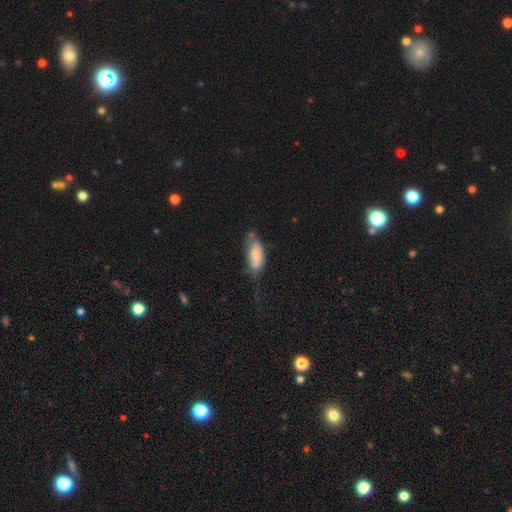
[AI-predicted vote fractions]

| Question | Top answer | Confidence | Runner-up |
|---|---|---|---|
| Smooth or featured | smooth | 70% | featured or disk (23%) |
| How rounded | in between | 79% | cigar-shaped (19%) |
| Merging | minor disturbance | 34% | none (30%) |